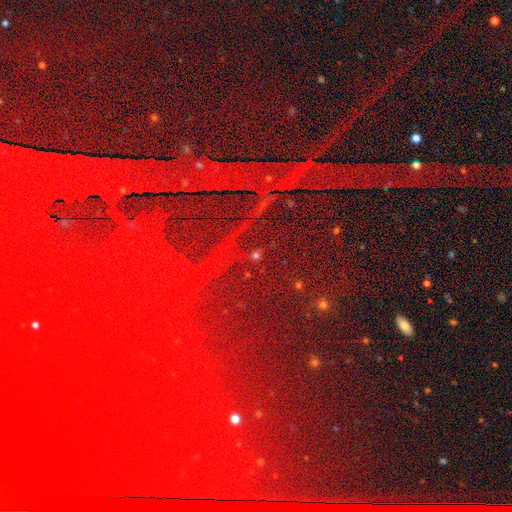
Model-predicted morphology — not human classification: This is clearly a star or artifact rather than a galaxy (83%).